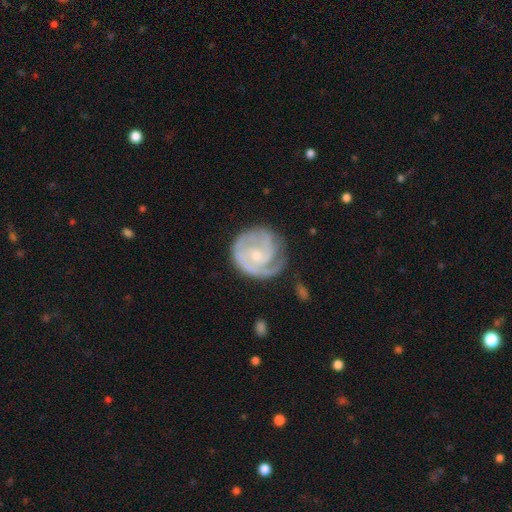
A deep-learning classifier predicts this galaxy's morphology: Smooth or featured?
  - featured or disk: 82% *
  - smooth: 14%
  - star or artifact: 5%
Edge-on disk?
  - no: 98% *
  - yes: 2%
Bar?
  - no: 65% *
  - weak: 29%
  - strong: 6%
Spiral arms?
  - yes: 94% *
  - no: 6%
Spiral winding?
  - tight: 61% *
  - medium: 30%
  - loose: 9%
Spiral arm count?
  - 2: 40% *
  - can't tell: 19%
  - 3: 18%
  - 1: 16%
  - 4: 4%
  - more than 4: 3%
Bulge size?
  - small: 64% *
  - moderate: 30%
  - none: 4%
  - large: 2%
  - dominant: 1%
Merging?
  - none: 64% *
  - minor disturbance: 22%
  - major disturbance: 12%
  - merger: 2%